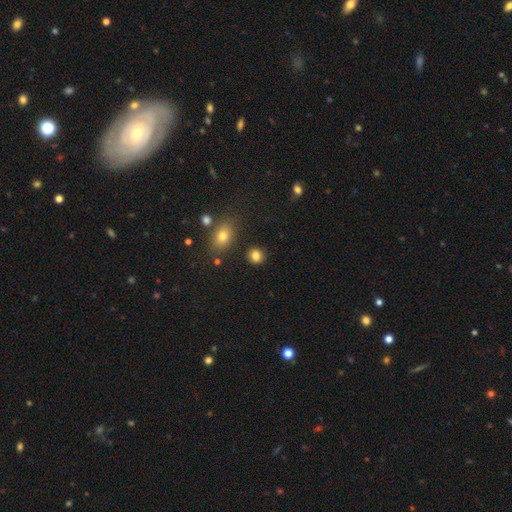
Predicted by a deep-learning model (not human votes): A smooth galaxy with no disk features (84%) that is round (80%). Merging: none (87%).